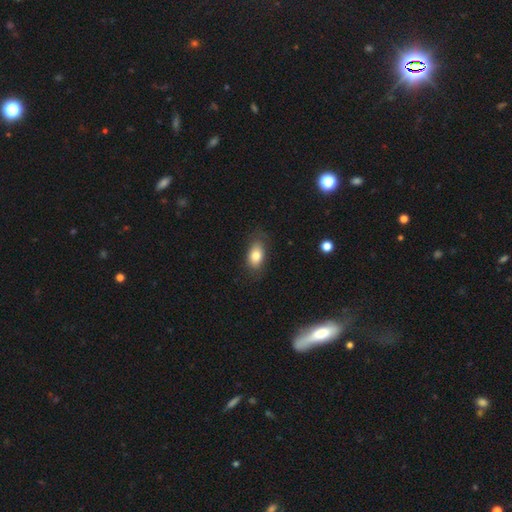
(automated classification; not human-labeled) Q: Smooth or featured?
A: smooth (80%); runner-up: featured or disk (12%)
Q: How rounded?
A: in between (87%); runner-up: round (10%)
Q: Merging?
A: none (77%); runner-up: minor disturbance (17%)